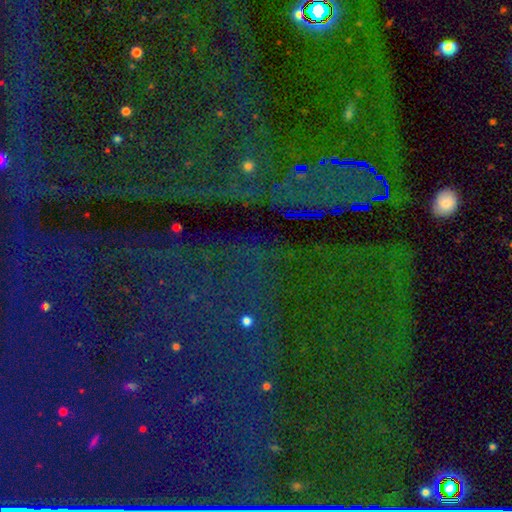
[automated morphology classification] A star or artifact, not a galaxy (85%).